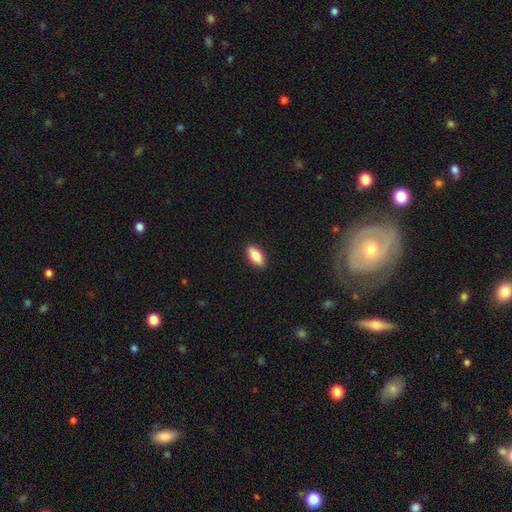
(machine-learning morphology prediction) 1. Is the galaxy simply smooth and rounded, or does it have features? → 83% smooth, 11% featured or disk, 6% star or artifact.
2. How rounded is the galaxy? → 86% in between, 11% cigar-shaped, 3% round.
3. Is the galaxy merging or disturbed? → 90% none, 7% minor disturbance, 2% major disturbance, 1% merger.